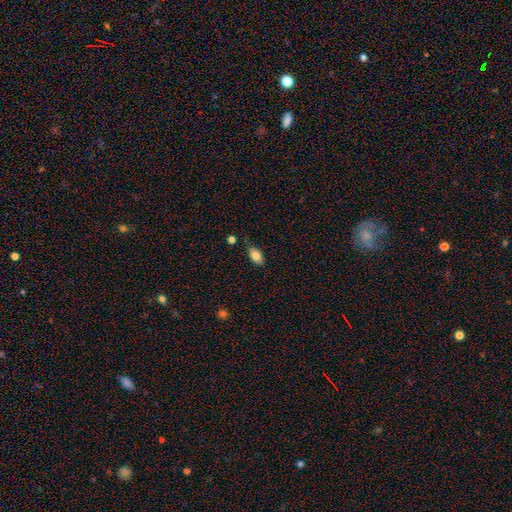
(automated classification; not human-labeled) smooth-or-featured: smooth: 81% | featured or disk: 11% | star or artifact: 8%
  how-rounded: in between: 90% | round: 5% | cigar-shaped: 5%
  merging: none: 72% | minor disturbance: 20% | major disturbance: 4% | merger: 4%